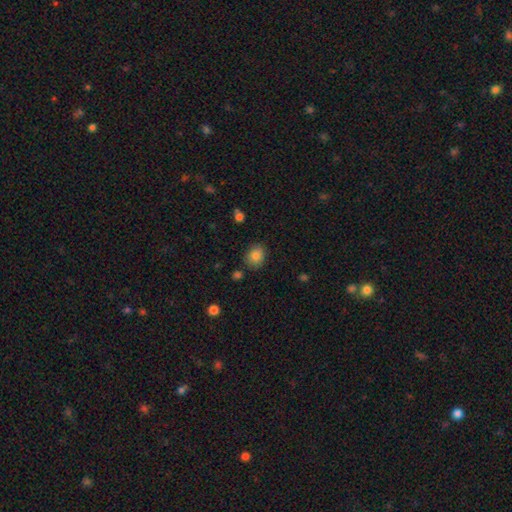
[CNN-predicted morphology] type=smooth (84%); roundness=round (59%); merging=none (82%).